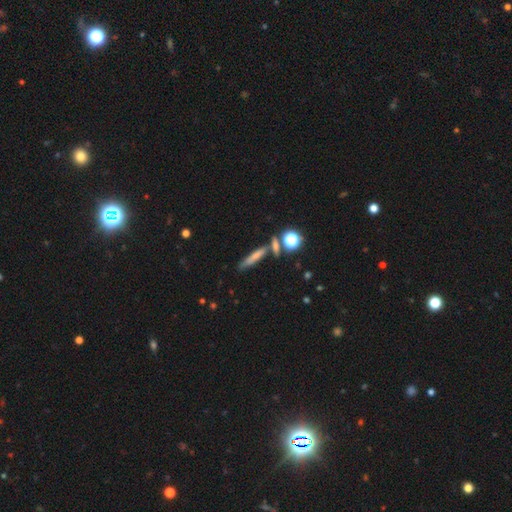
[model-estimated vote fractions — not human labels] A smooth galaxy with no disk features (50%).

Vote fractions:
- Smooth or featured? smooth: 50% / featured or disk: 31% / star or artifact: 19%
- Merging? none: 72% / minor disturbance: 12% / merger: 11% / major disturbance: 5%